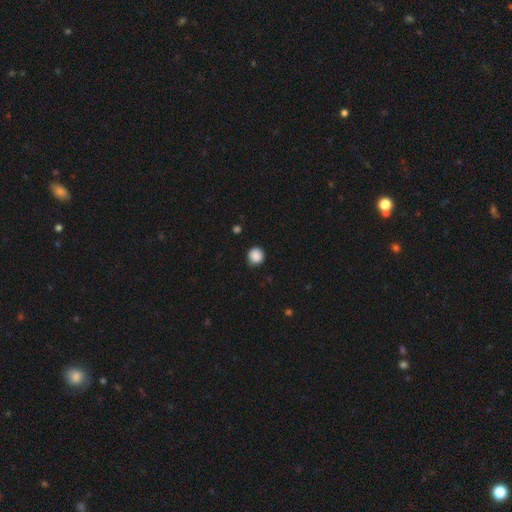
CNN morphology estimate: A smooth galaxy with no disk features (88%) that is round (91%). Merging: none (88%).